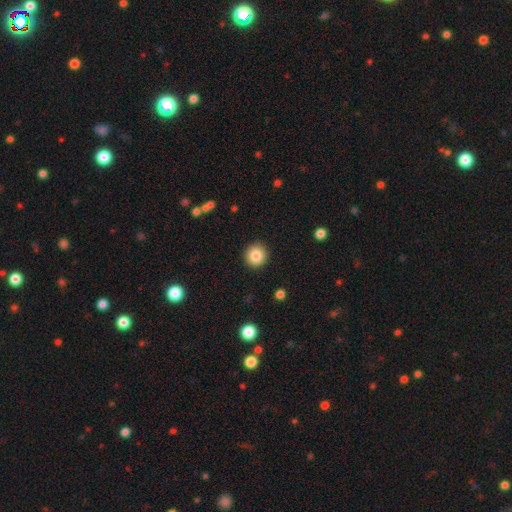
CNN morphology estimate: Smooth or featured?
  - smooth: 84% *
  - star or artifact: 9%
  - featured or disk: 7%
How rounded?
  - round: 92% *
  - in between: 7%
  - cigar-shaped: 1%
Merging?
  - none: 91% *
  - minor disturbance: 6%
  - major disturbance: 2%
  - merger: 1%